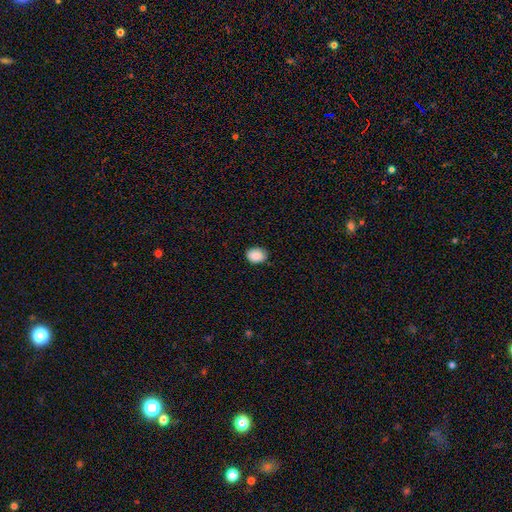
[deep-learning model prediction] Morphology: type=smooth (88%); roundness=in between (63%); merging=none (82%).